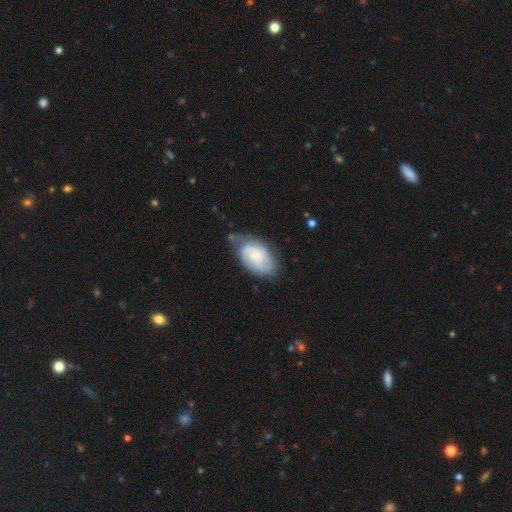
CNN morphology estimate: Smooth or featured? Predicted: featured or disk (p=0.59). Edge-on disk? Predicted: no (p=0.96). Bar? Predicted: no (p=0.62). Spiral arms? Predicted: yes (p=0.88). Bulge size? Predicted: small (p=0.57). Merging? Predicted: none (p=0.57).